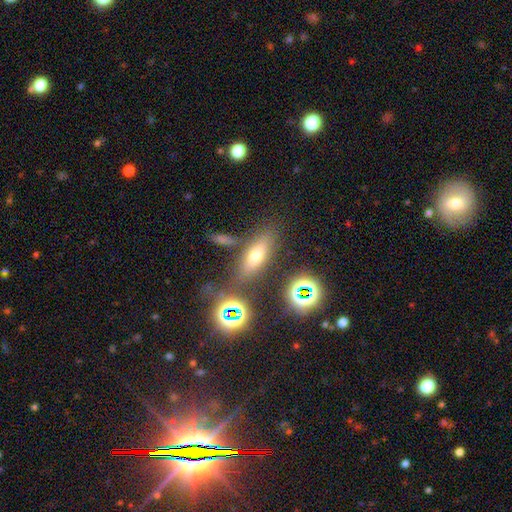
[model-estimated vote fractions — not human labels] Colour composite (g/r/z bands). It shows a smooth galaxy with no disk features (56%) that is in between round and cigar-shaped (52%). Merging: none (75%).